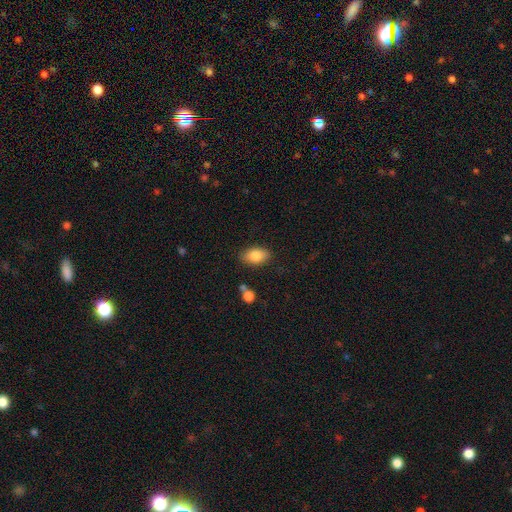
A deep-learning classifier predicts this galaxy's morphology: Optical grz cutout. It shows a smooth galaxy with no disk features (84%) that is in between round and cigar-shaped (91%). Merging: none (83%).